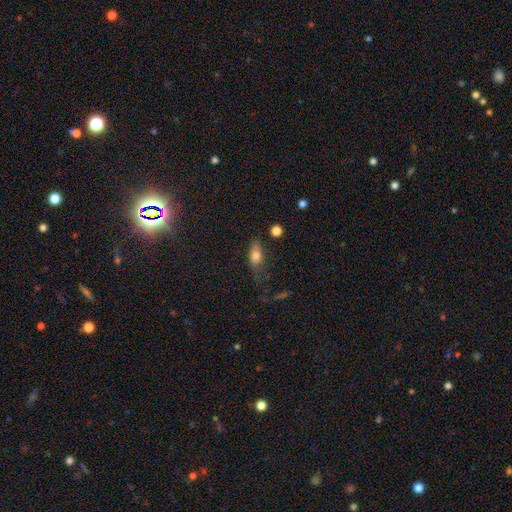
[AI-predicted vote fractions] This is likely a smooth galaxy (76%). How rounded: clearly in between (80%). Merging: possibly none (52%).